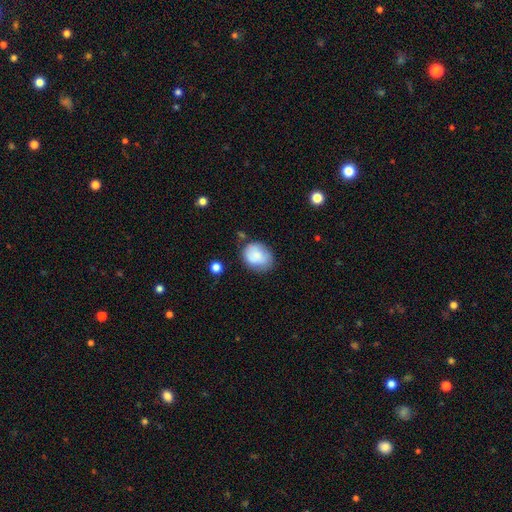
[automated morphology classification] Overall: smooth (81%). How rounded: round (51%; in between 48%). Merging: none (61%; minor disturbance 27%).